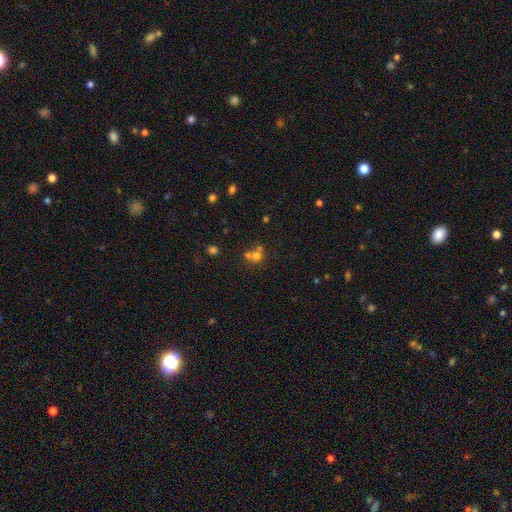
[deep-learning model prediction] smooth 64%, star or artifact 19%, featured or disk 18%. Down the decision tree: how rounded — round (79%); merging — merger (52%).